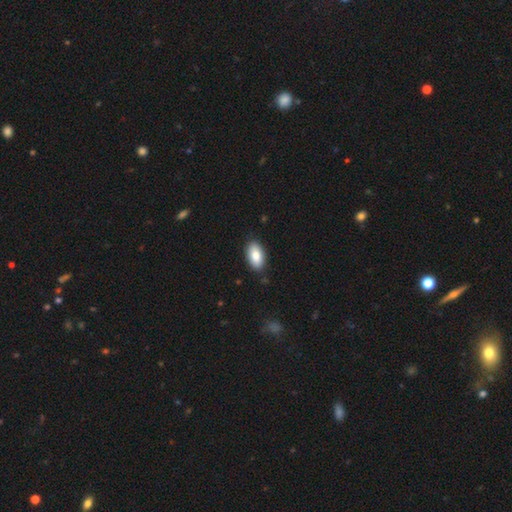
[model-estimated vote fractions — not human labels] A smooth galaxy with no disk features (85%) that is in between round and cigar-shaped (93%). Merging: none (87%).